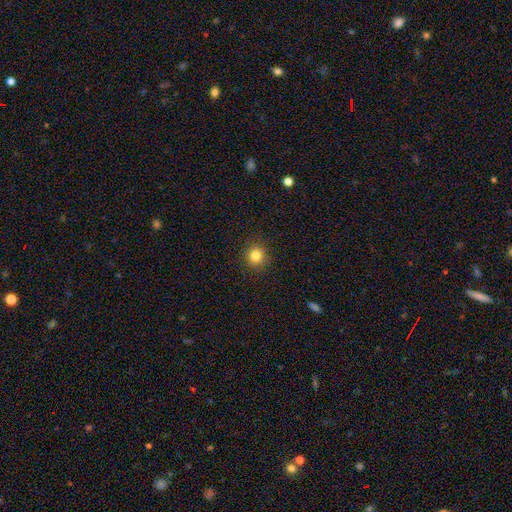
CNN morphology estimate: A smooth galaxy with no disk features (83%) that is round (91%).

Vote fractions:
- Smooth or featured? smooth: 83% / star or artifact: 12% / featured or disk: 5%
- How rounded? round: 91% / in between: 8% / cigar-shaped: 1%
- Merging? none: 91% / minor disturbance: 6% / major disturbance: 2% / merger: 1%